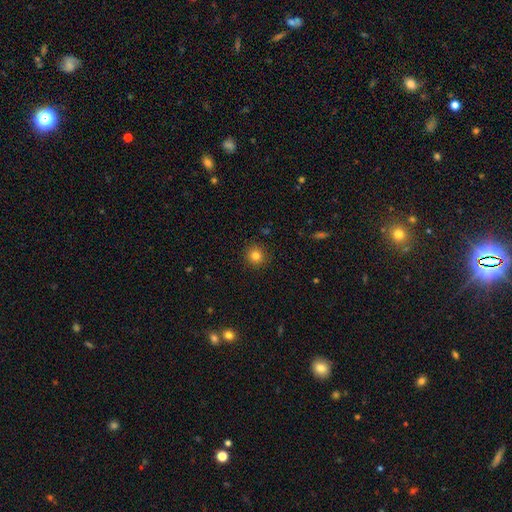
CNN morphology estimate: Q: Smooth or featured?
A: smooth (82%); runner-up: star or artifact (12%)
Q: How rounded?
A: round (93%); runner-up: in between (6%)
Q: Merging?
A: none (91%); runner-up: minor disturbance (6%)